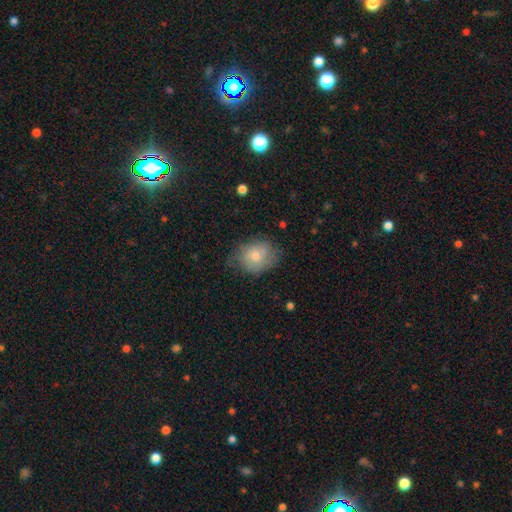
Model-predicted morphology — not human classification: type=smooth (68%); roundness=in between (54%); merging=none (58%).